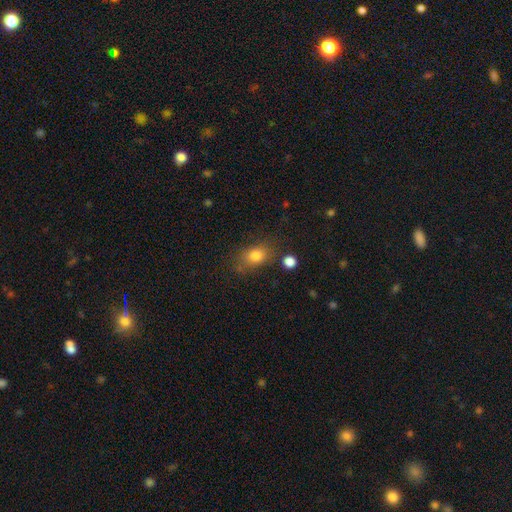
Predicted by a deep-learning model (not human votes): Morphology: type=smooth (82%); roundness=in between (66%); merging=none (68%).